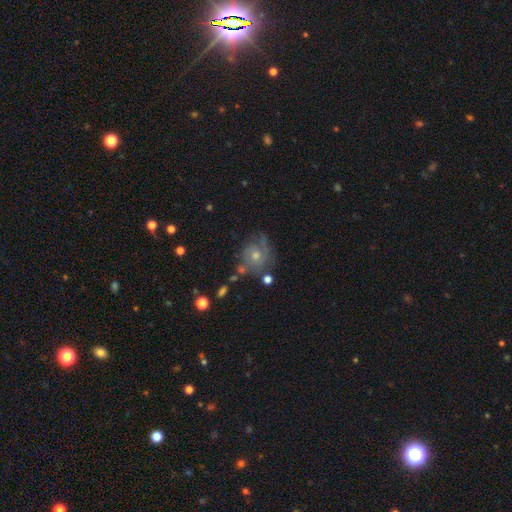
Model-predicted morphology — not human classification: Smooth or featured? featured or disk (52%)
Edge-on disk? no (96%)
Merging? none (60%)